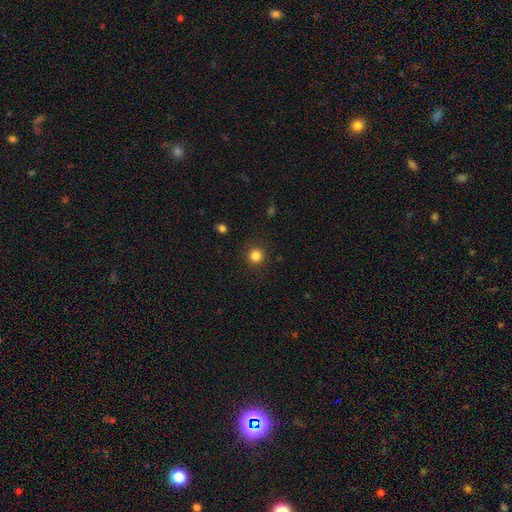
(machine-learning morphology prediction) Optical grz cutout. It shows a smooth galaxy with no disk features (84%) that is round (95%). Merging: none (91%).